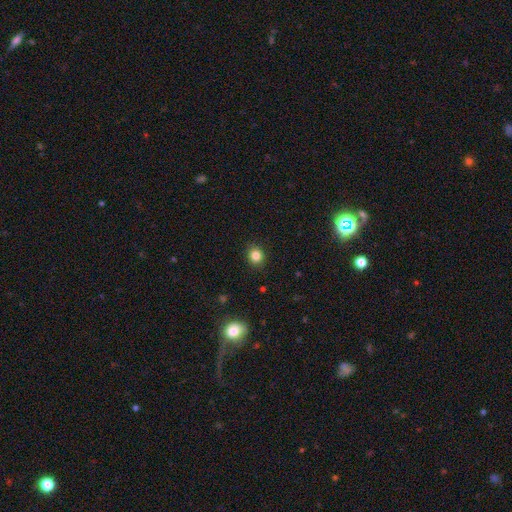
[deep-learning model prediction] The model was most divided on "how rounded": round: 80%, in between: 19%, cigar-shaped: 1%. More confident: merging — none (90%); smooth or featured — smooth (84%).